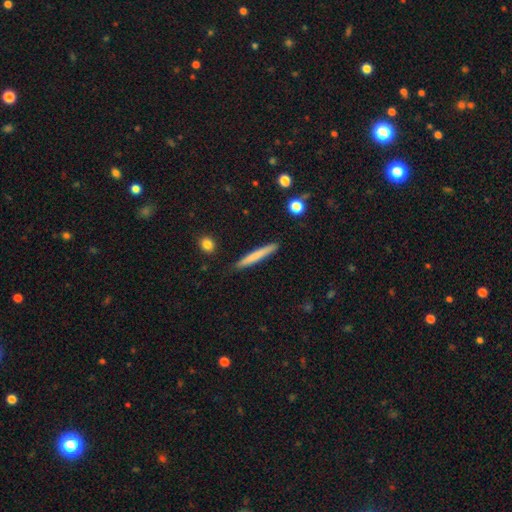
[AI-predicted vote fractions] Smooth or featured? Predicted: smooth (p=0.70). How rounded? Predicted: cigar-shaped (p=0.96). Merging? Predicted: none (p=0.89).